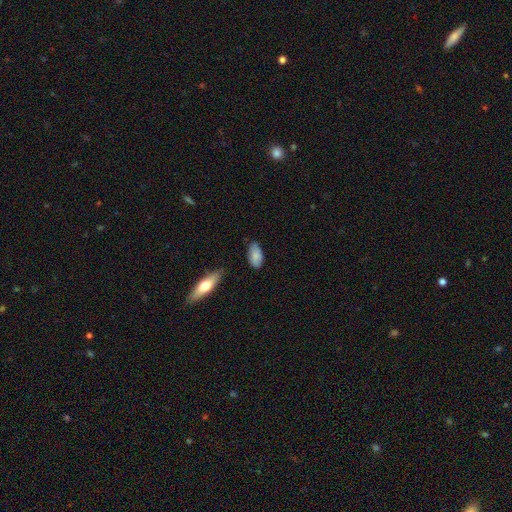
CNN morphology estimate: Smooth or featured? Predicted: smooth (p=0.80). How rounded? Predicted: in between (p=0.92). Merging? Predicted: none (p=0.71).